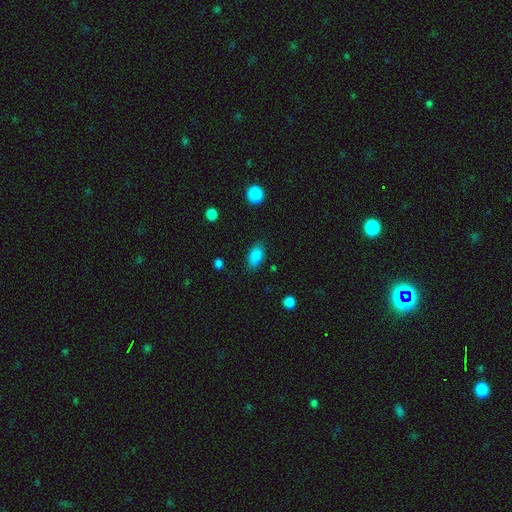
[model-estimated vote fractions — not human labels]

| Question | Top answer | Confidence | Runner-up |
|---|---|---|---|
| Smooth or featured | smooth | 86% | star or artifact (8%) |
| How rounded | in between | 90% | round (7%) |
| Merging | none | 82% | minor disturbance (13%) |